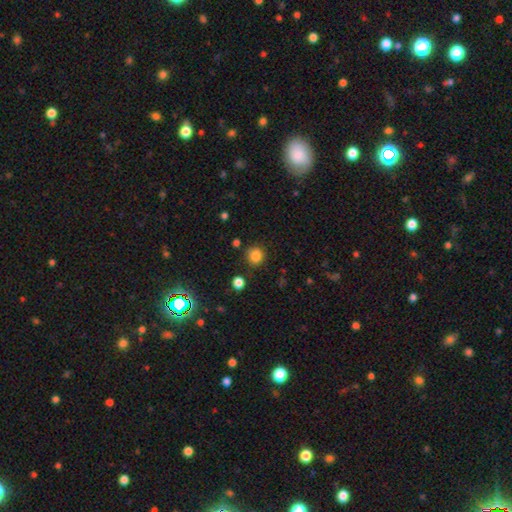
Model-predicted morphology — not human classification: smooth_or_featured: smooth (p=0.83) [alt: star or artifact p=0.12]
how_rounded: round (p=0.88) [alt: in between p=0.11]
merging: none (p=0.84) [alt: minor disturbance p=0.10]